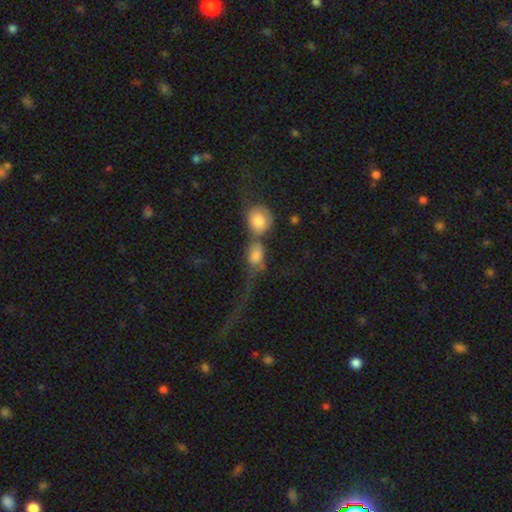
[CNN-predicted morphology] Smooth or featured? Predicted: smooth (p=0.71). How rounded? Predicted: in between (p=0.52). Merging? Predicted: merger (p=0.62).